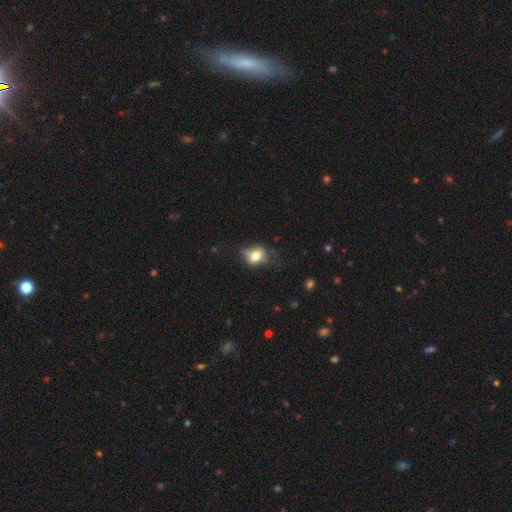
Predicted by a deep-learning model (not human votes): The model was most divided on "how rounded": in between: 55%, round: 43%, cigar-shaped: 2%. Remaining: smooth or featured — smooth (67%); merging — none (49%).